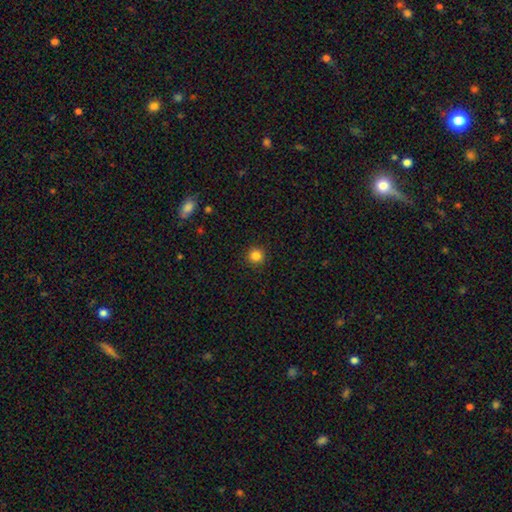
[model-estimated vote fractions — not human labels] Q: Smooth or featured?
A: smooth (85%); runner-up: star or artifact (11%)
Q: How rounded?
A: round (96%); runner-up: in between (4%)
Q: Merging?
A: none (92%); runner-up: minor disturbance (5%)